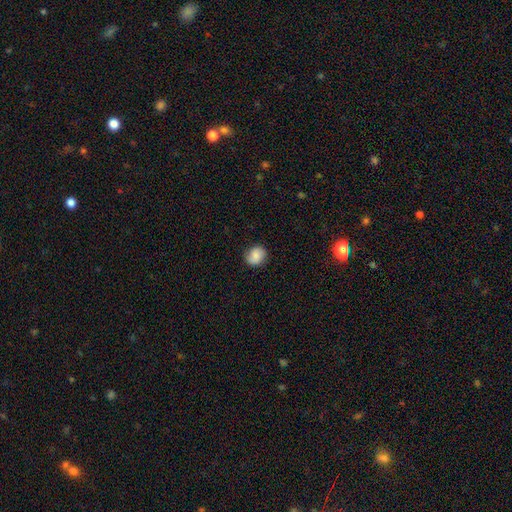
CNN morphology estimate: smooth 78%, featured or disk 14%, star or artifact 8%. Down the decision tree: how rounded — round (73%); merging — none (82%).